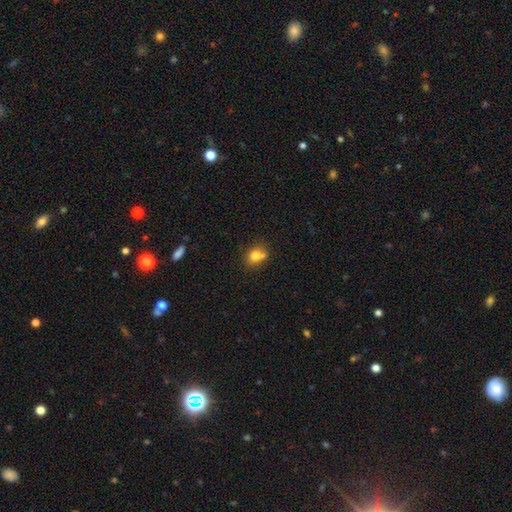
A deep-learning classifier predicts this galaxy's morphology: Smooth or featured? smooth (77%)
How rounded? round (61%)
Merging? none (51%)